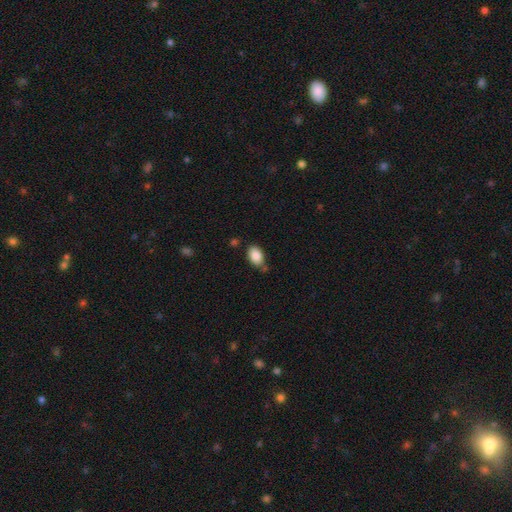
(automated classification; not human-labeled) This appears to be a smooth galaxy with no disk features (87%) that is in between round and cigar-shaped (88%). Merging: none (70%).